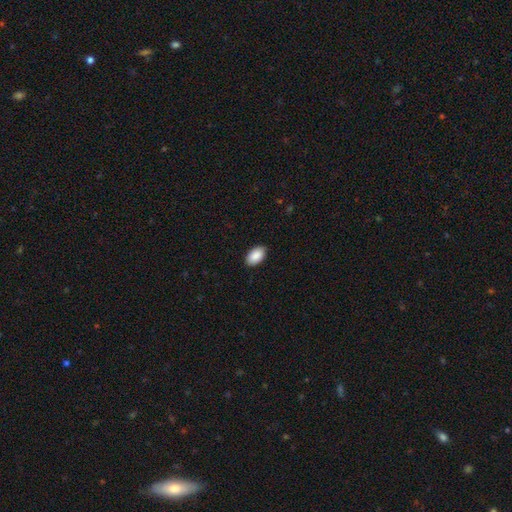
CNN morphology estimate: Overall: smooth (90%). How rounded: in between (94%). Merging: none (89%).